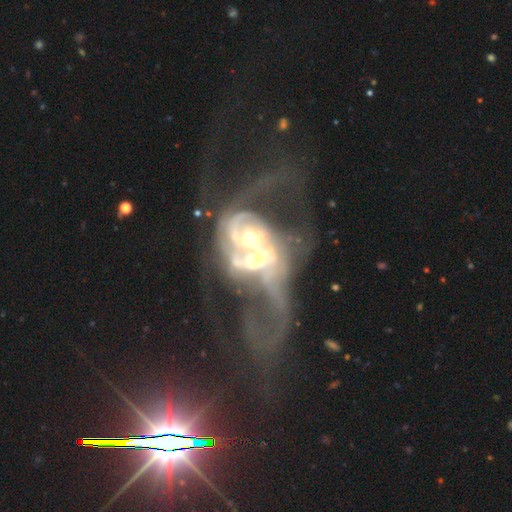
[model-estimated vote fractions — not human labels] A featured or disk galaxy (81%) with no bar (63%), loose (43%) spiral arms (68%) and a moderate central bulge (62%).

Vote fractions:
- Smooth or featured? featured or disk: 81% / smooth: 11% / star or artifact: 8%
- Edge-on disk? no: 96% / yes: 4%
- Bar? no: 63% / weak: 24% / strong: 13%
- Spiral arms? yes: 68% / no: 32%
- Spiral winding? loose: 43% / medium: 33% / tight: 24%
- Spiral arm count? can't tell: 39% / 2: 38% / 1: 10% / 3: 7% / 4: 3% / more than 4: 3%
- Bulge size? moderate: 62% / small: 19% / large: 13% / none: 3% / dominant: 2%
- Merging? merger: 73% / major disturbance: 18% / none: 5% / minor disturbance: 3%